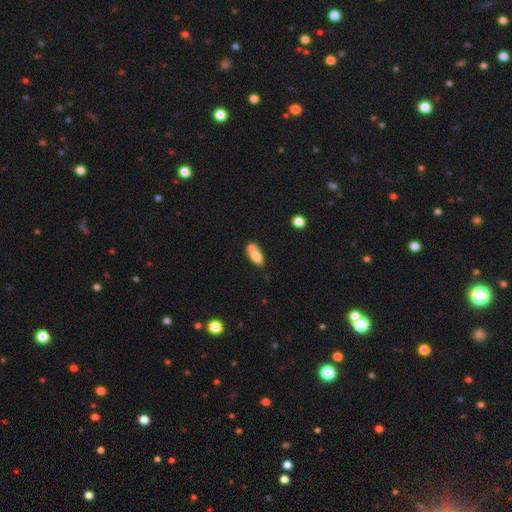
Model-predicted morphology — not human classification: Smooth or featured: smooth — 72% (featured or disk — 20%)
How rounded: in between — 81% (cigar-shaped — 13%)
Merging: merger — 48% (none — 33%)